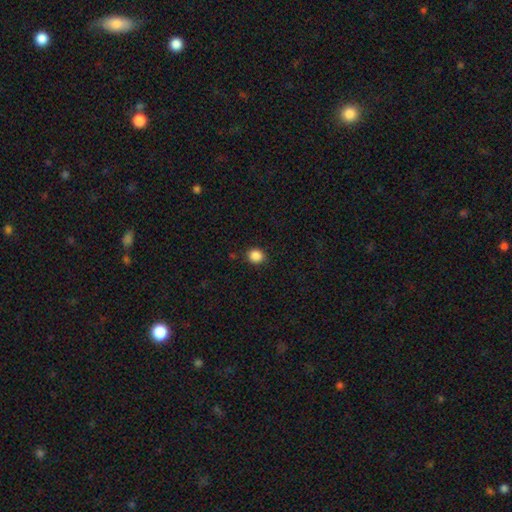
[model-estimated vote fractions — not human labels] smooth 87%, star or artifact 10%, featured or disk 3%. Down the decision tree: how rounded — round (79%); merging — none (89%).